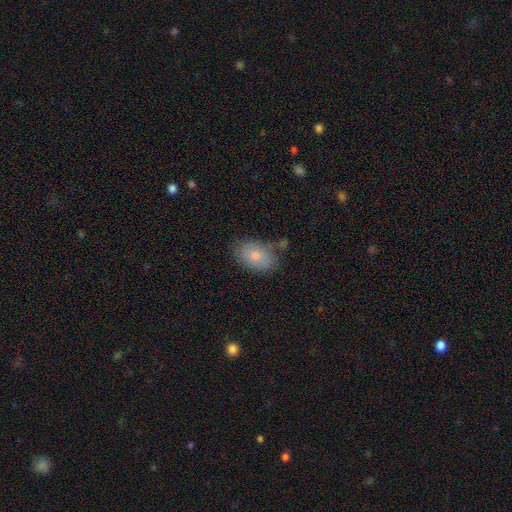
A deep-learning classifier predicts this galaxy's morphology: smooth 76%, featured or disk 16%, star or artifact 7%. Down the decision tree: how rounded — in between (84%); merging — none (76%).